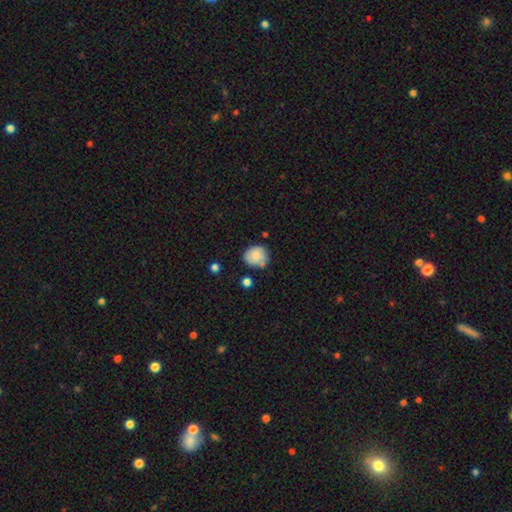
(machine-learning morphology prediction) Q: Smooth or featured?
A: smooth (82%); runner-up: featured or disk (10%)
Q: How rounded?
A: round (74%); runner-up: in between (25%)
Q: Merging?
A: none (66%); runner-up: minor disturbance (20%)